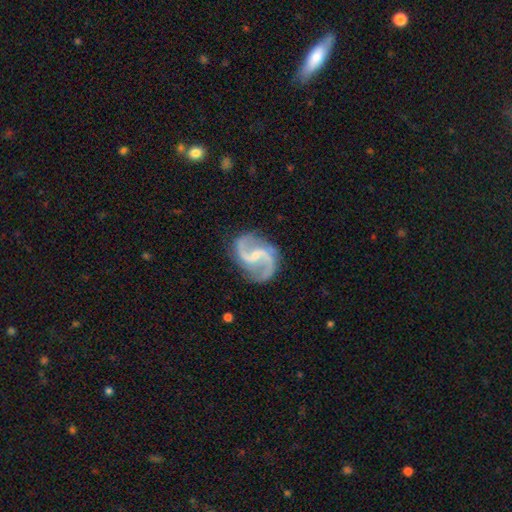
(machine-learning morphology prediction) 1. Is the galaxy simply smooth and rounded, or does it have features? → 93% featured or disk, 4% star or artifact, 3% smooth.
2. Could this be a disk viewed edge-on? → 98% no, 2% yes.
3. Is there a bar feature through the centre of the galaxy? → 53% weak, 25% no, 22% strong.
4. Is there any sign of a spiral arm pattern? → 98% yes, 2% no.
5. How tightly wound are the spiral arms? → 46% medium (tied), 46% loose (tied), 8% tight.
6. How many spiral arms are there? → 94% 2, 1% can't tell, 1% 3, 1% 1, 1% 4, 1% more than 4.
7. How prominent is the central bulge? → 64% small, 20% moderate, 13% none, 1% large, 1% dominant.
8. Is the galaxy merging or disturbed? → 80% none, 13% minor disturbance, 5% major disturbance, 2% merger.